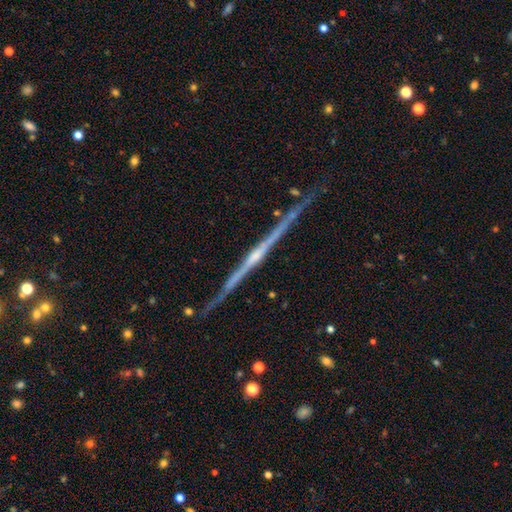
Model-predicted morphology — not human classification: Smooth or featured? featured or disk (86%)
Edge-on disk? yes (98%)
Edge-on bulge? rounded (63%)
Merging? none (87%)